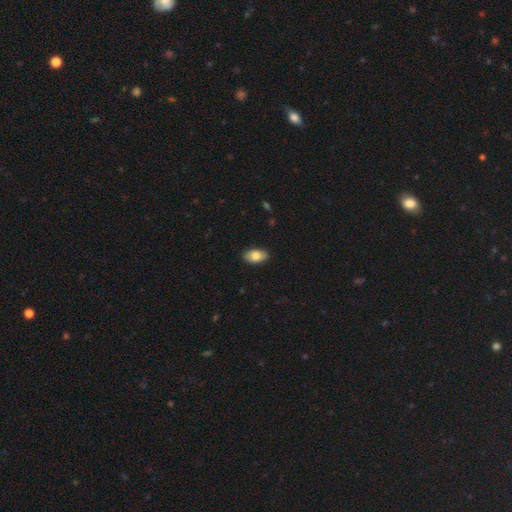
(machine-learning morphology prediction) smooth_or_featured: smooth (p=0.82) [alt: featured or disk p=0.12]
how_rounded: in between (p=0.93) [alt: round p=0.05]
merging: none (p=0.88) [alt: minor disturbance p=0.09]